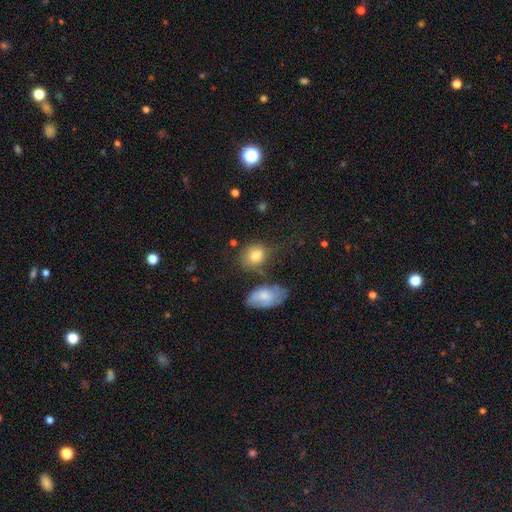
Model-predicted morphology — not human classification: smooth-or-featured: smooth: 78% | featured or disk: 12% | star or artifact: 10%
  how-rounded: round: 55% | in between: 43% | cigar-shaped: 2%
  merging: none: 60% | minor disturbance: 20% | merger: 12% | major disturbance: 9%